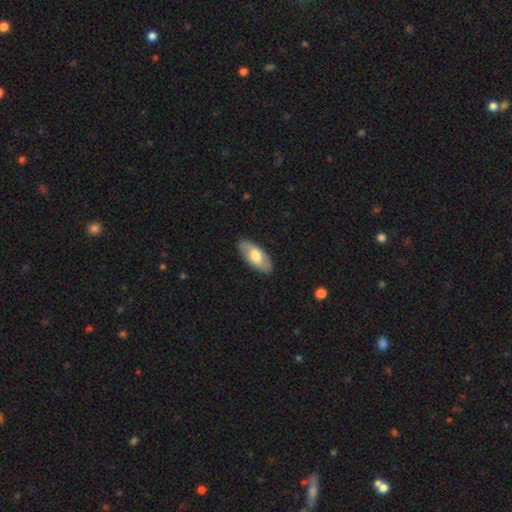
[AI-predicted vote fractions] smooth-or-featured: smooth: 61% | featured or disk: 34% | star or artifact: 5%
  how-rounded: in between: 87% | cigar-shaped: 10% | round: 3%
  merging: none: 86% | minor disturbance: 10% | major disturbance: 2% | merger: 1%